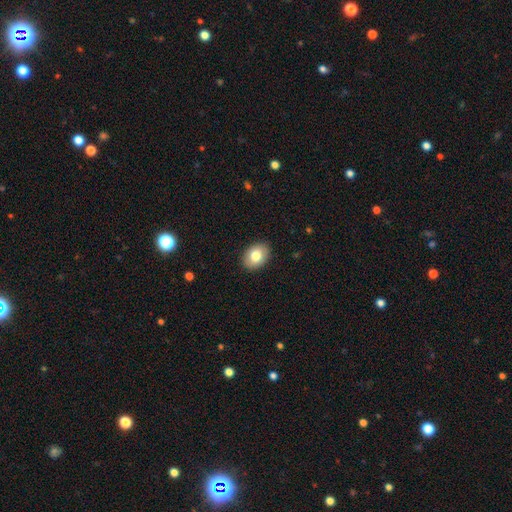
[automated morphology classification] This appears to be a smooth galaxy with no disk features (81%) that is in between round and cigar-shaped (77%). Merging: none (89%).